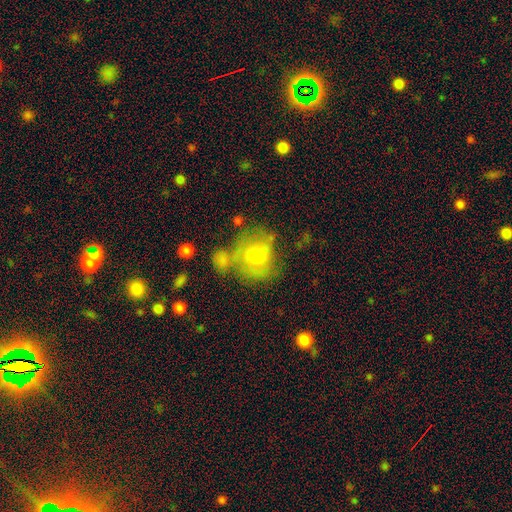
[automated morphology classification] Q: Smooth or featured?
A: smooth (57%); runner-up: featured or disk (33%)
Q: How rounded?
A: round (75%); runner-up: in between (23%)
Q: Merging?
A: none (39%); runner-up: merger (27%)